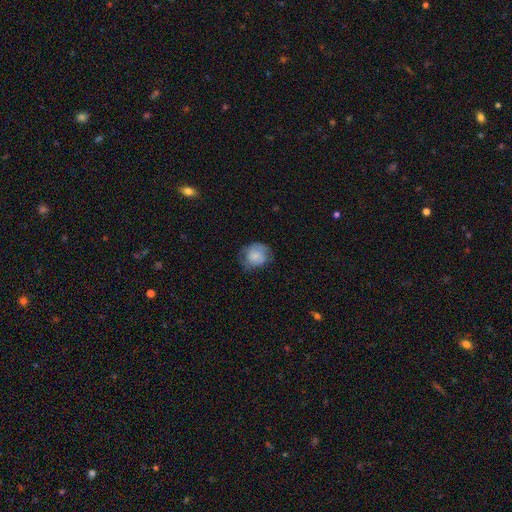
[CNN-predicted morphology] Smooth or featured: smooth — 65% (featured or disk — 27%)
How rounded: round — 64% (in between — 35%)
Merging: none — 58% (minor disturbance — 28%)